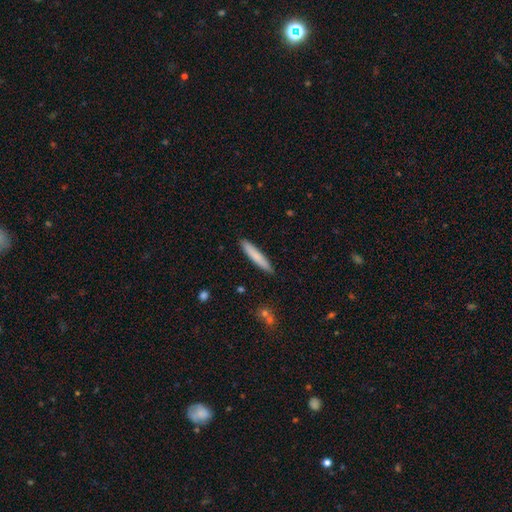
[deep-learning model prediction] A smooth galaxy with no disk features (78%) that is cigar-shaped (93%). Merging: none (90%).